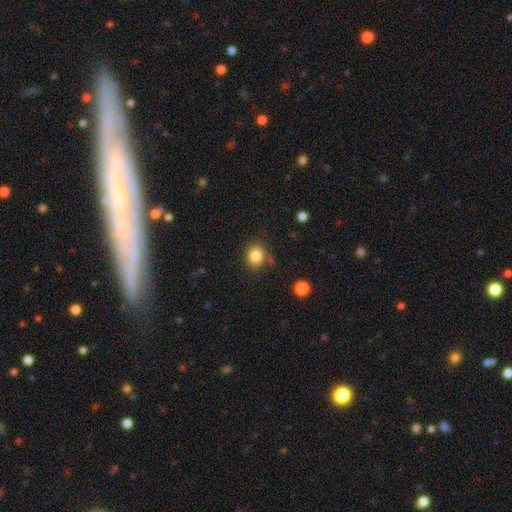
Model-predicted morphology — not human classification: Smooth or featured? smooth (83%)
How rounded? round (76%)
Merging? none (73%)